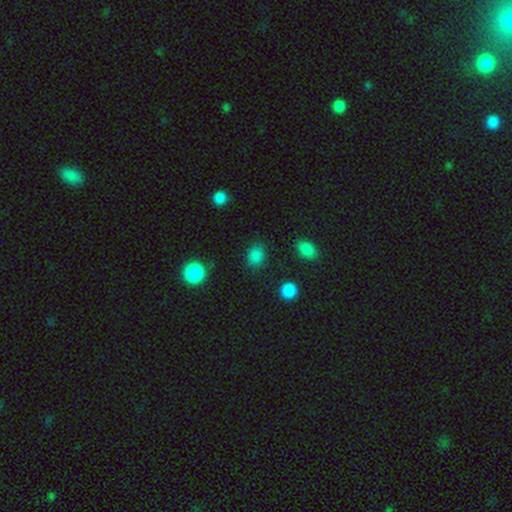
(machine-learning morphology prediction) Smooth or featured: smooth — 84% (star or artifact — 12%)
How rounded: in between — 52% (round — 47%)
Merging: none — 84% (minor disturbance — 10%)